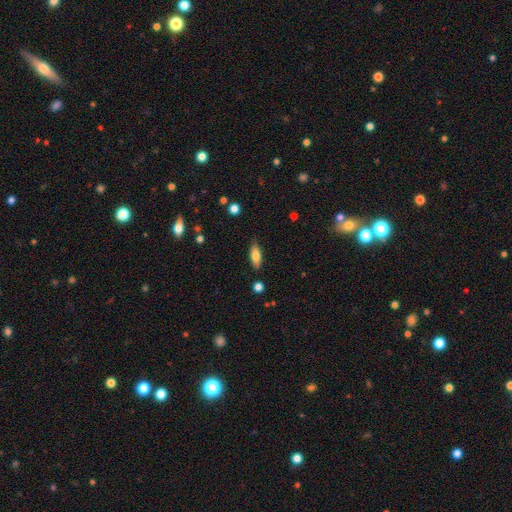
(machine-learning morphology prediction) Smooth or featured? smooth (73%)
How rounded? in between (68%)
Merging? none (84%)